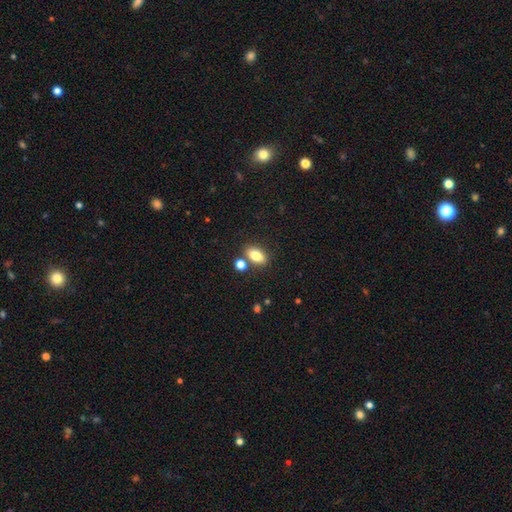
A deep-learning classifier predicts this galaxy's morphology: Smooth or featured: smooth — 80% (featured or disk — 11%)
How rounded: in between — 86% (round — 10%)
Merging: none — 72% (merger — 15%)